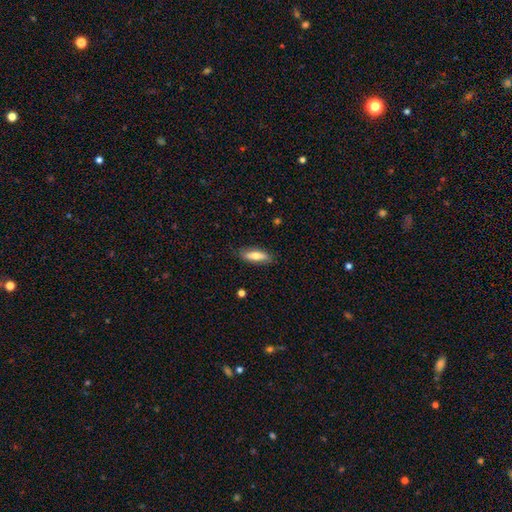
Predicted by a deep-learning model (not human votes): The model was most divided on "how rounded": in between: 57%, cigar-shaped: 41%, round: 2%. More confident: merging — none (82%); smooth or featured — smooth (68%).